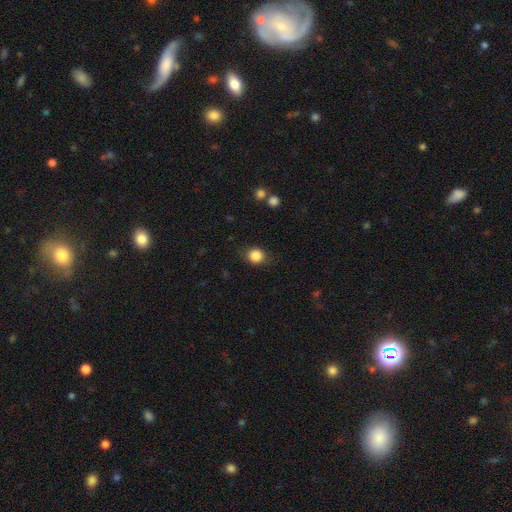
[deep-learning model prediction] smooth 85%, star or artifact 9%, featured or disk 6%. Down the decision tree: how rounded — round (75%); merging — none (77%).